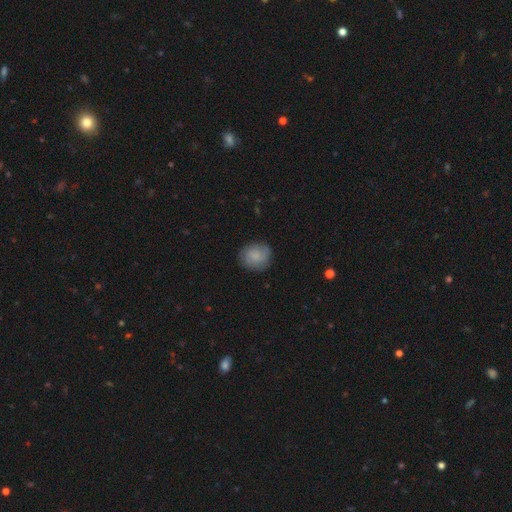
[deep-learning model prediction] Smooth or featured? smooth (69%)
How rounded? round (78%)
Merging? none (80%)